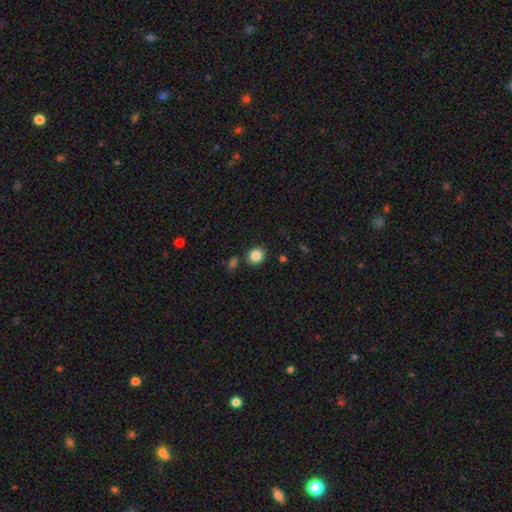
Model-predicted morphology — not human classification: This appears to be a smooth galaxy with no disk features (85%) that is round (68%). Merging: none (83%).